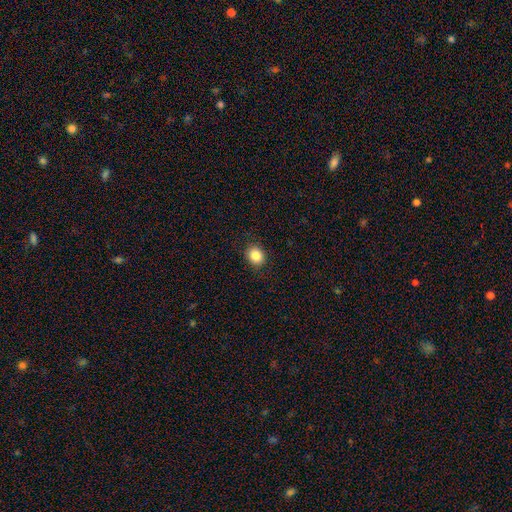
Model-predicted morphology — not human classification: This is clearly a smooth galaxy (85%). How rounded: likely round (70%). Merging: clearly none (89%).